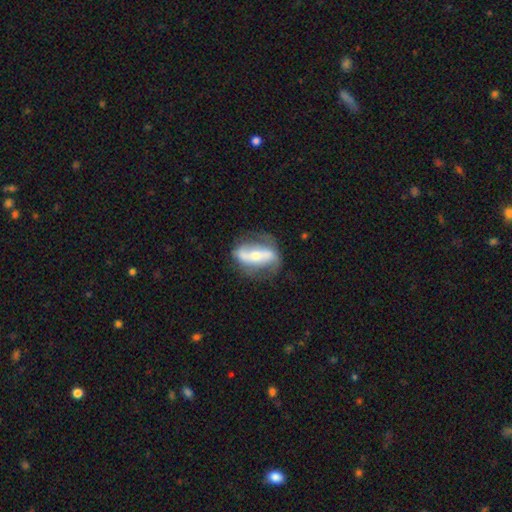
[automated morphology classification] type=featured or disk (73%); edge-on=no (82%); bar=strong (65%); spiral arms=yes (67%); bulge=small (48%); merging=none (65%).